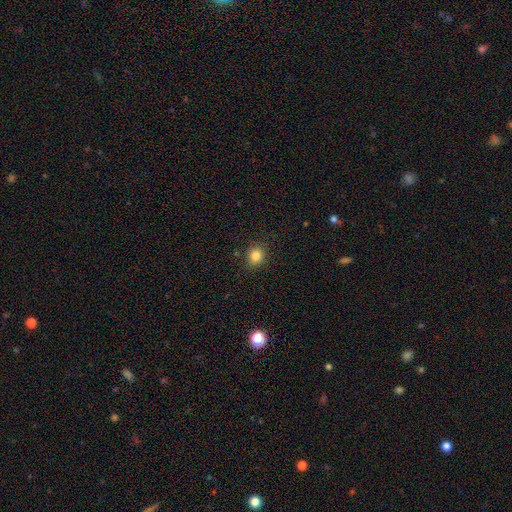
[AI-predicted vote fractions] smooth-or-featured: smooth: 82% | star or artifact: 12% | featured or disk: 6%
  how-rounded: round: 75% | in between: 24% | cigar-shaped: 1%
  merging: none: 87% | minor disturbance: 9% | major disturbance: 2% | merger: 1%